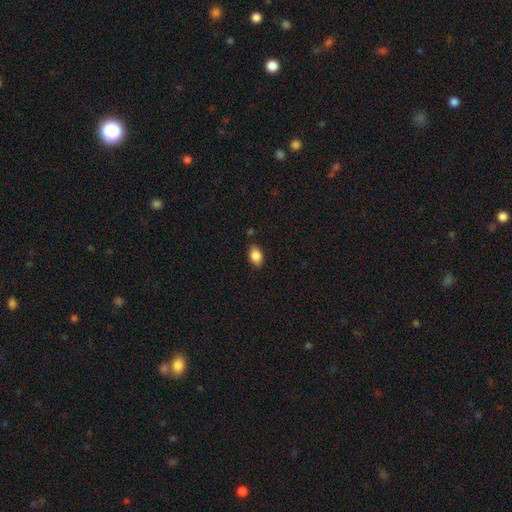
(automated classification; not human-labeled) The model was most divided on "merging": none: 83%, minor disturbance: 12%, major disturbance: 3%, merger: 2%. More confident: smooth or featured — smooth (87%); how rounded — in between (87%).